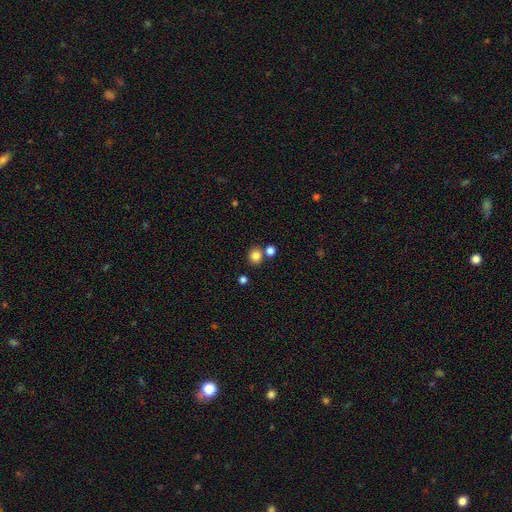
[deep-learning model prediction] Overall: smooth (83%). How rounded: round (87%). Merging: none (71%).